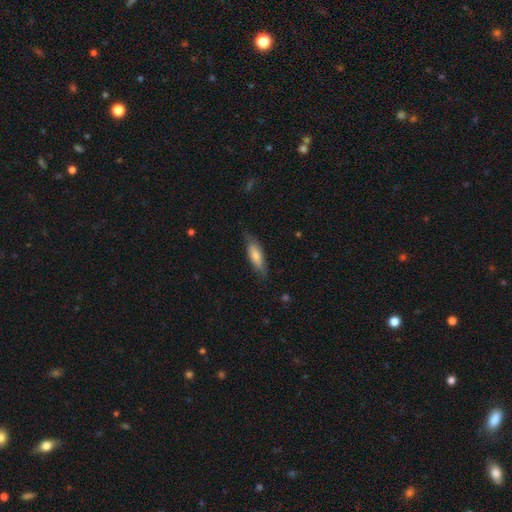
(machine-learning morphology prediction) Smooth or featured: smooth — 72% (featured or disk — 22%)
How rounded: in between — 52% (cigar-shaped — 46%)
Merging: none — 74% (minor disturbance — 20%)